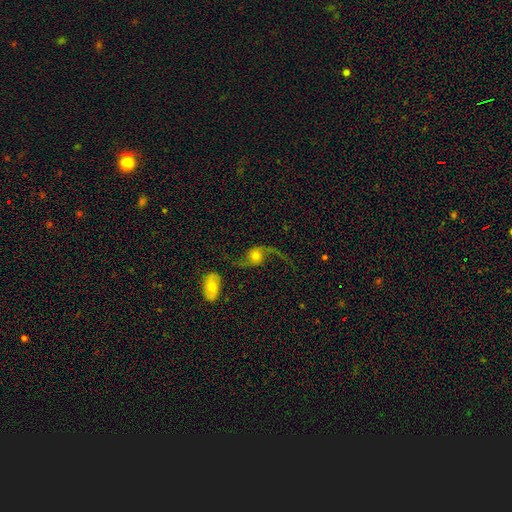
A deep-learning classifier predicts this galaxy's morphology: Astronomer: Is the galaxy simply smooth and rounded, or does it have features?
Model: featured or disk — 83%.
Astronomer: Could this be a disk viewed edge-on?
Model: no — 96%.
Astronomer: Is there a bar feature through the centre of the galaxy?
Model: no — 69%.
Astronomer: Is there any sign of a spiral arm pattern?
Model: yes — 95%.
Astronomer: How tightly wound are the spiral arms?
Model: loose — 89%.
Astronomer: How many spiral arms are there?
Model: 2 — 90%.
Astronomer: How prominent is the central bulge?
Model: moderate — 59%.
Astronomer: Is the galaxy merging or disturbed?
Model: none — 58%.